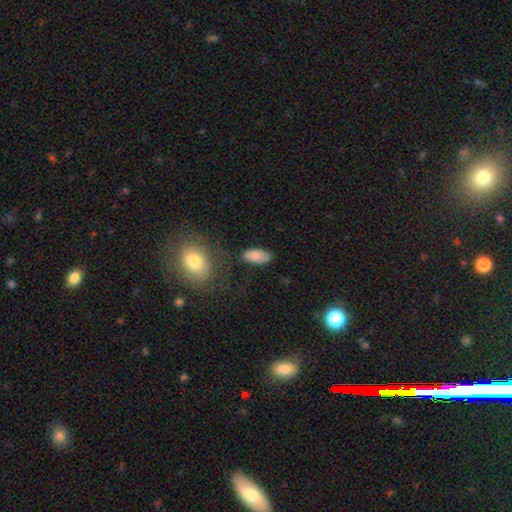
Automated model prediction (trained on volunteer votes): The model was most divided on "merging": none: 77%, minor disturbance: 14%, major disturbance: 4%, merger: 4%. More confident: how rounded — in between (92%); smooth or featured — smooth (84%).